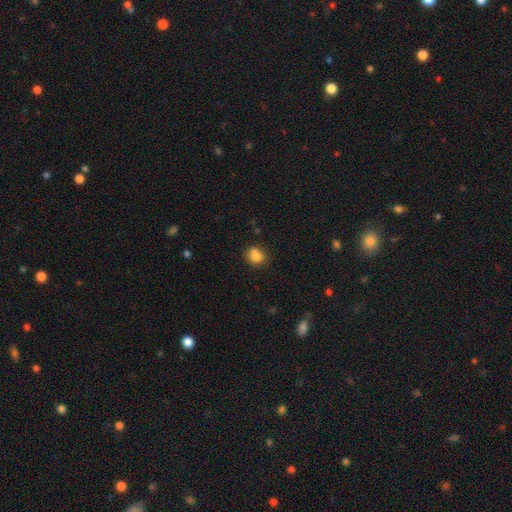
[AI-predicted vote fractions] The model was most divided on "how rounded": round: 62%, in between: 37%, cigar-shaped: 1%. More confident: smooth or featured — smooth (80%); merging — none (58%).